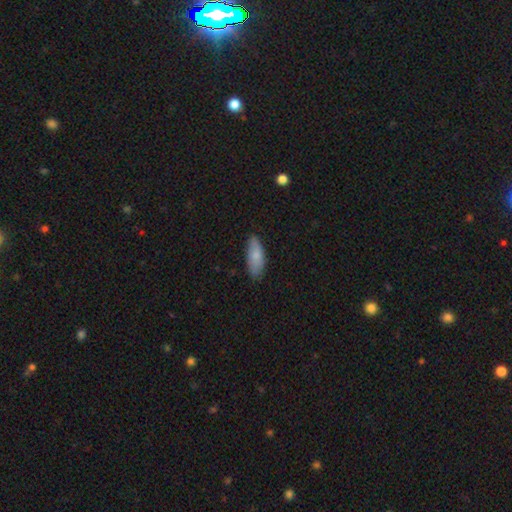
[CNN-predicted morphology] Smooth or featured? smooth (79%)
How rounded? in between (79%)
Merging? none (76%)